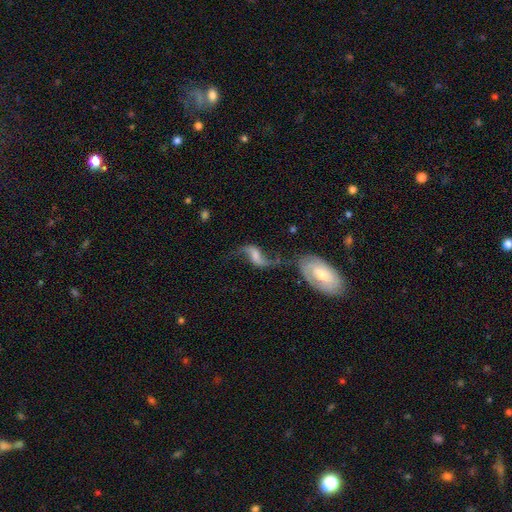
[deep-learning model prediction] featured or disk 80%, smooth 13%, star or artifact 7%. Down the decision tree: edge-on disk — no (96%); bar — weak (47%); spiral arms — yes (92%); spiral arm count — 2 (91%); spiral winding — loose (89%); bulge size — small (35%); merging — none (42%).